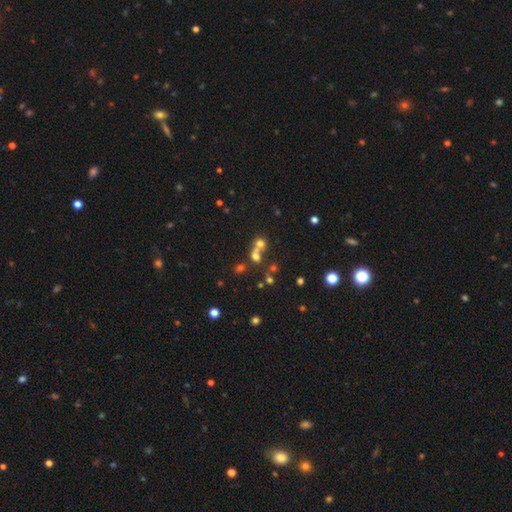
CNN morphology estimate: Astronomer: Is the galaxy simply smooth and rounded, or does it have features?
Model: smooth — 56%.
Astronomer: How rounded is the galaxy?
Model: round — 78%.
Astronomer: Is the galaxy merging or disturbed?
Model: merger — 50% (runner-up: none, 39%).